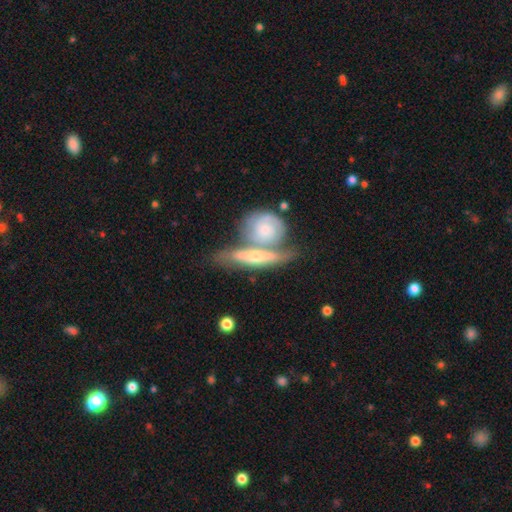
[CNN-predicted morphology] This appears to be a featured or disk galaxy (65%) viewed edge-on (62%). Merging: merger (45%).